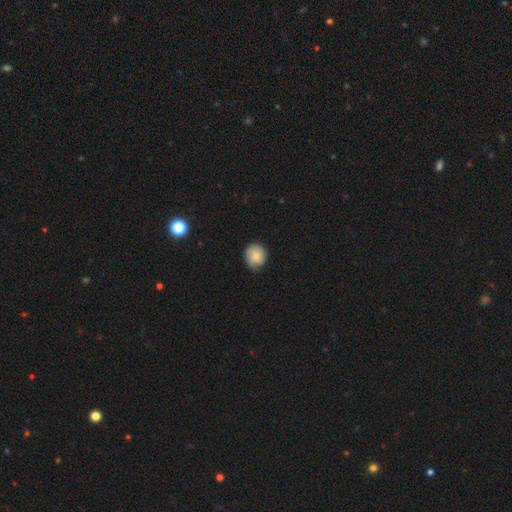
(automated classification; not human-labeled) Smooth or featured? Predicted: smooth (p=0.79). How rounded? Predicted: round (p=0.82). Merging? Predicted: none (p=0.71).